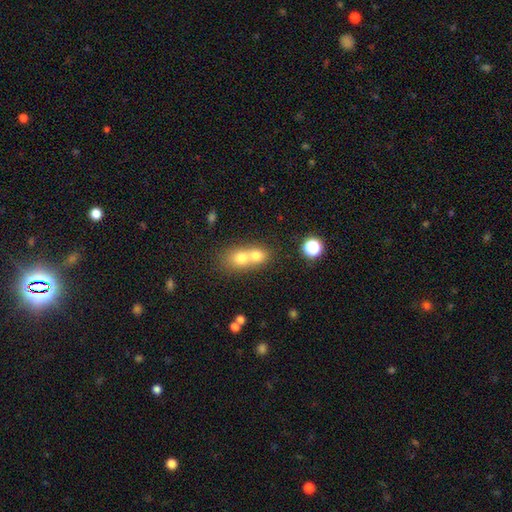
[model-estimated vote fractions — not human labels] Overall: smooth (70%). How rounded: round (57%; in between 41%). Merging: merger (72%).